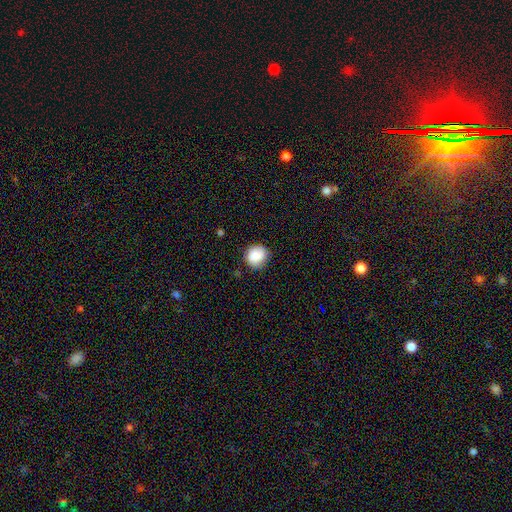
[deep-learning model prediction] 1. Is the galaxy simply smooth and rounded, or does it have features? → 86% smooth, 8% star or artifact, 6% featured or disk.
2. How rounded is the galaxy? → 87% round, 12% in between, 1% cigar-shaped.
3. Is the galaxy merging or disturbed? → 80% none, 15% minor disturbance, 3% major disturbance, 1% merger.